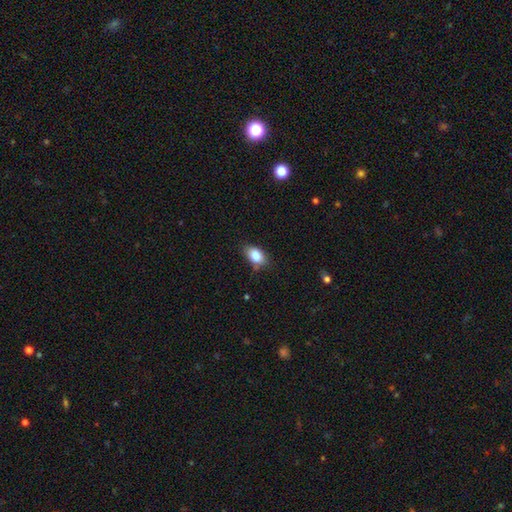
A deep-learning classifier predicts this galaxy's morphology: Smooth or featured?
  - smooth: 84% *
  - star or artifact: 8%
  - featured or disk: 7%
How rounded?
  - in between: 88% *
  - round: 10%
  - cigar-shaped: 2%
Merging?
  - none: 71% *
  - minor disturbance: 21%
  - major disturbance: 4%
  - merger: 3%